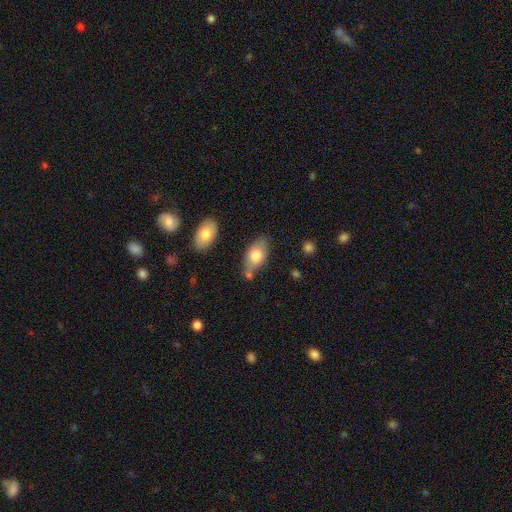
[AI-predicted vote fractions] Smooth or featured? smooth (74%)
How rounded? in between (90%)
Merging? none (59%)